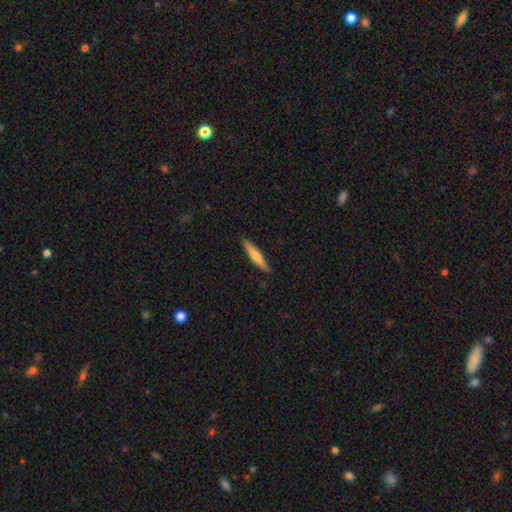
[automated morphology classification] Overall: smooth (66%; featured or disk 28%). How rounded: cigar-shaped (90%). Merging: none (88%).